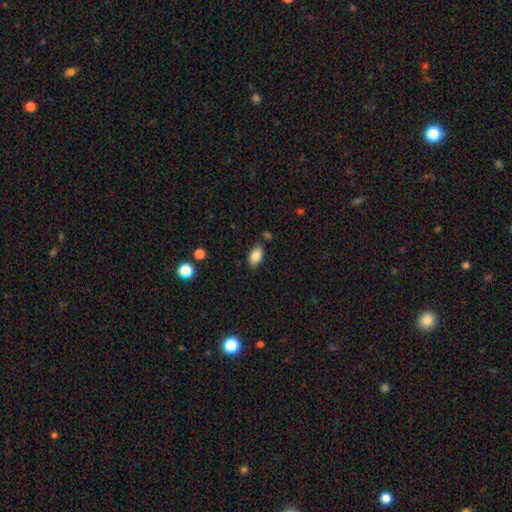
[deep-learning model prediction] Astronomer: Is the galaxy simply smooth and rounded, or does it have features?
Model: smooth — 86%.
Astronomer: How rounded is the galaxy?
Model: in between — 92%.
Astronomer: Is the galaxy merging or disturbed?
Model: none — 82%.